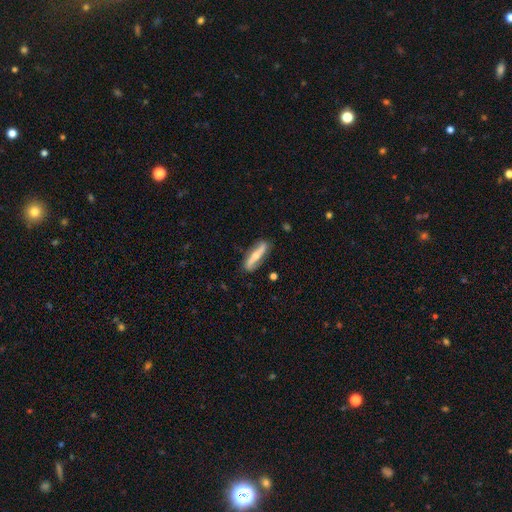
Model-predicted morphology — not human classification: Smooth or featured? Predicted: featured or disk (p=0.64). Edge-on disk? Predicted: yes (p=0.57). Merging? Predicted: none (p=0.82).